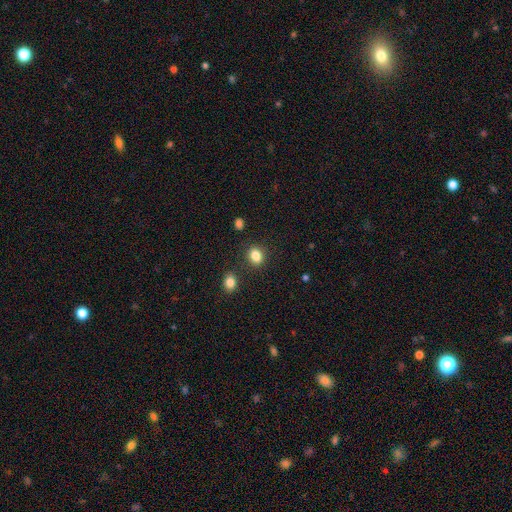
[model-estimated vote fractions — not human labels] A smooth galaxy with no disk features (85%) that is in between round and cigar-shaped (54%).

Vote fractions:
- Smooth or featured? smooth: 85% / star or artifact: 10% / featured or disk: 5%
- How rounded? in between: 54% / round: 45% / cigar-shaped: 1%
- Merging? none: 85% / minor disturbance: 9% / merger: 3% / major disturbance: 3%